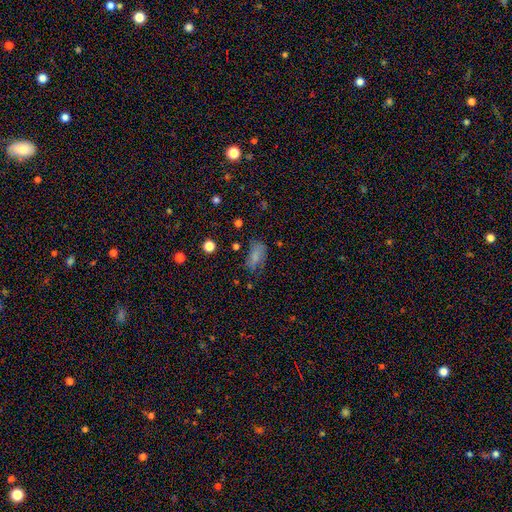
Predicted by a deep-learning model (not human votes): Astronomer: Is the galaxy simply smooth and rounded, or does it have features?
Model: smooth — 69%.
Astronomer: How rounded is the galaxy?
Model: in between — 87%.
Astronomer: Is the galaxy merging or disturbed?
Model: none — 57%.